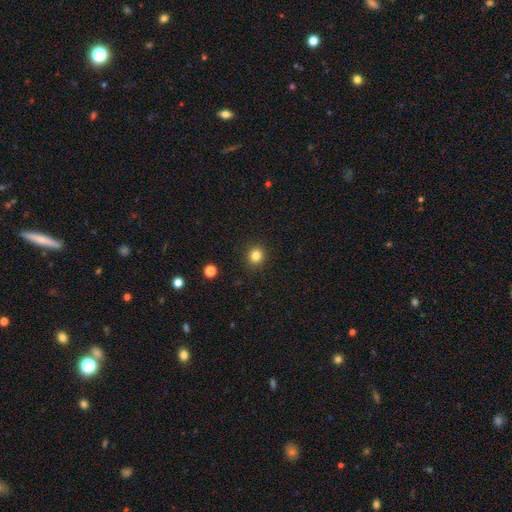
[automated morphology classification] Smooth or featured?
  - smooth: 83% *
  - star or artifact: 12%
  - featured or disk: 5%
How rounded?
  - round: 92% *
  - in between: 7%
  - cigar-shaped: 1%
Merging?
  - none: 91% *
  - minor disturbance: 6%
  - major disturbance: 2%
  - merger: 1%